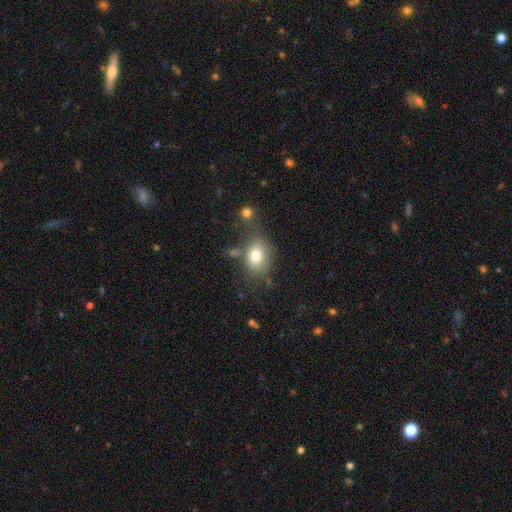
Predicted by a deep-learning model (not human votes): Smooth or featured? smooth (77%)
How rounded? in between (62%)
Merging? none (54%)